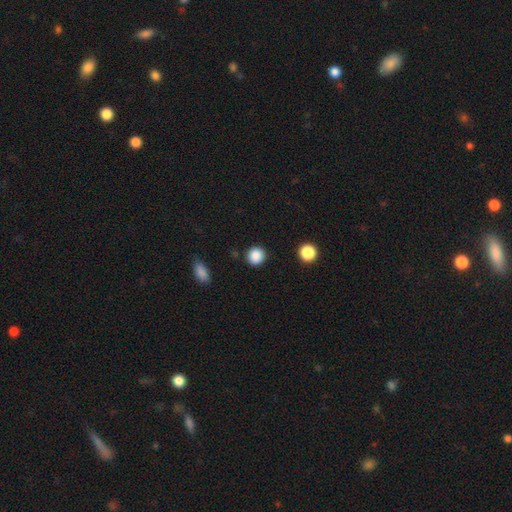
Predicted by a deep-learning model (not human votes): Smooth or featured?
  - smooth: 88% *
  - star or artifact: 10%
  - featured or disk: 3%
How rounded?
  - round: 90% *
  - in between: 9%
  - cigar-shaped: 1%
Merging?
  - none: 89% *
  - minor disturbance: 7%
  - major disturbance: 2%
  - merger: 2%